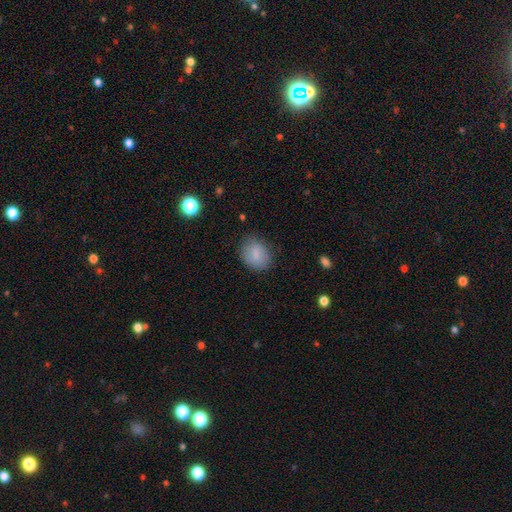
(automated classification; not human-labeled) smooth 82%, featured or disk 10%, star or artifact 8%. Down the decision tree: how rounded — in between (57%); merging — none (79%).